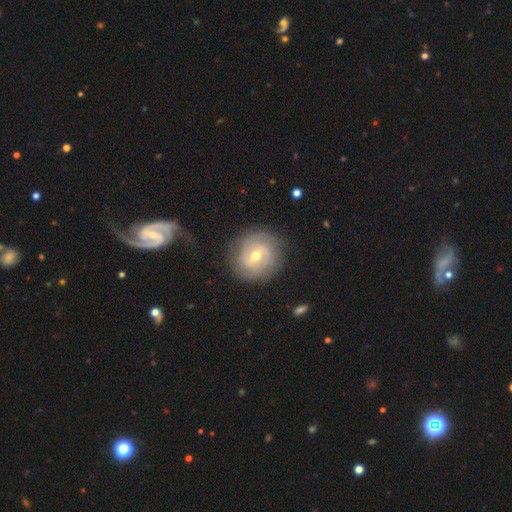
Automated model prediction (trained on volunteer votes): smooth-or-featured: featured or disk: 72% | smooth: 21% | star or artifact: 6%
  disk-edge-on: no: 97% | yes: 3%
    bar: weak: 49% | no: 36% | strong: 15%
    has-spiral-arms: yes: 86% | no: 14%
      spiral-winding: tight: 59% | medium: 30% | loose: 11%
      spiral-arm-count: 2: 48% | can't tell: 29% | 3: 12% | 1: 4% | 4: 4% | more than 4: 3%
    bulge-size: moderate: 63% | small: 33% | large: 3% | none: 1% | dominant: 1%
  merging: none: 79% | minor disturbance: 13% | major disturbance: 6% | merger: 2%